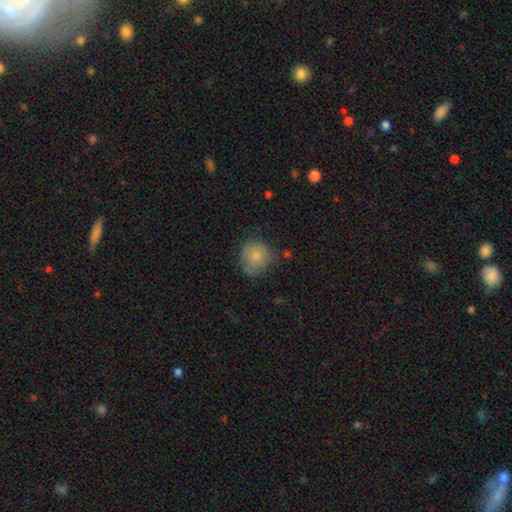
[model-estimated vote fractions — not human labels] The model was most divided on "merging": none: 62%, minor disturbance: 27%, major disturbance: 8%, merger: 3%. More confident: how rounded — round (83%); smooth or featured — smooth (80%).